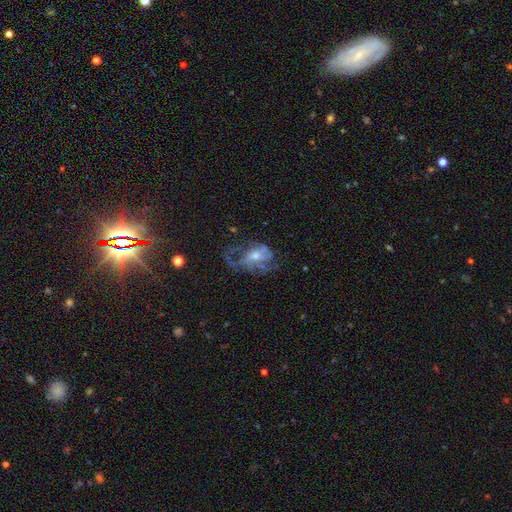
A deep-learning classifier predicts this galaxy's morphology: A featured or disk galaxy (70%) with no bar (63%), medium (44%) spiral arms (75%) and a moderate central bulge (48%).

Vote fractions:
- Smooth or featured? featured or disk: 70% / smooth: 17% / star or artifact: 13%
- Edge-on disk? no: 96% / yes: 4%
- Bar? no: 63% / weak: 30% / strong: 7%
- Spiral arms? yes: 75% / no: 25%
- Spiral winding? medium: 44% / loose: 32% / tight: 24%
- Spiral arm count? can't tell: 35% / 2: 32% / 3: 16% / 1: 9% / 4: 5% / more than 4: 4%
- Bulge size? moderate: 48% / small: 40% / large: 5% / none: 5% / dominant: 1%
- Merging? none: 42% / major disturbance: 36% / minor disturbance: 19% / merger: 3%